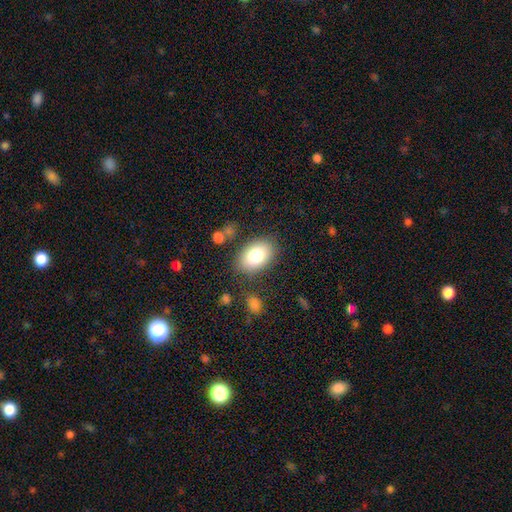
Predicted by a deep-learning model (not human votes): This is clearly a smooth galaxy (82%). How rounded: clearly in between (87%). Merging: clearly none (80%).